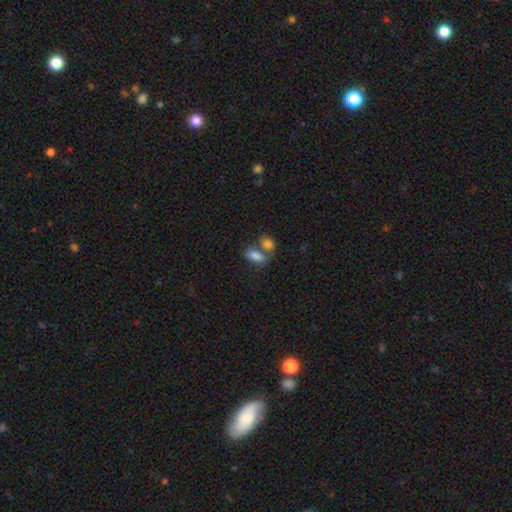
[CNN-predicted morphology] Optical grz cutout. It shows a smooth galaxy with no disk features (82%) that is in between round and cigar-shaped (89%). Merging: merger (52%).